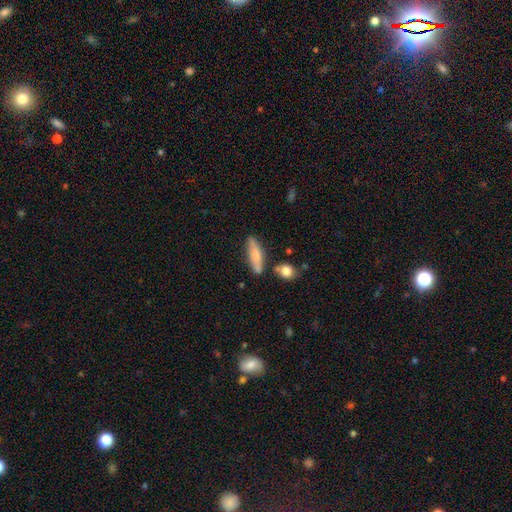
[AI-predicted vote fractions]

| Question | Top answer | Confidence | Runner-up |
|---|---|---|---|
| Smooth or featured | smooth | 73% | featured or disk (20%) |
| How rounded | cigar-shaped | 61% | in between (36%) |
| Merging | none | 73% | minor disturbance (16%) |